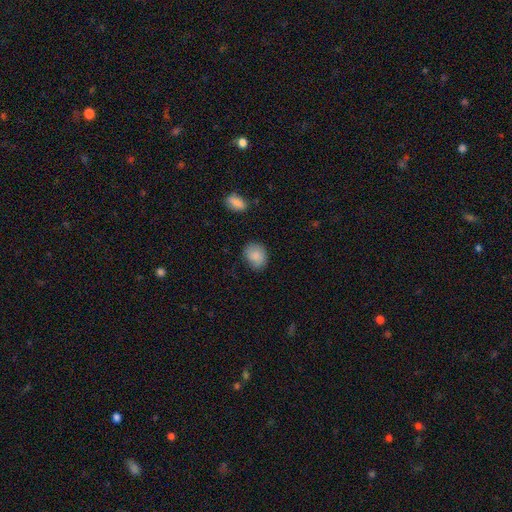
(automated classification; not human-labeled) Smooth or featured: smooth — 87% (star or artifact — 7%)
How rounded: round — 51% (in between — 48%)
Merging: none — 76% (minor disturbance — 19%)